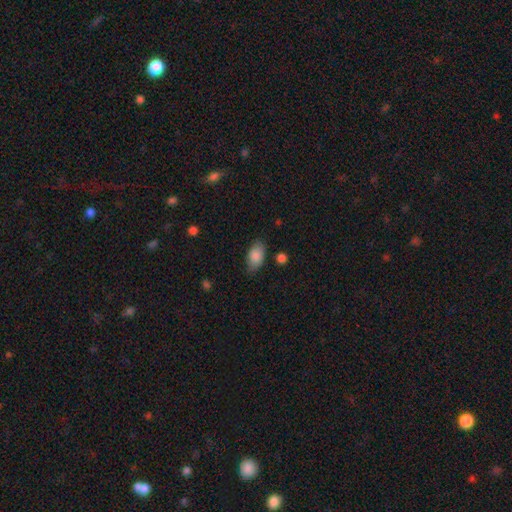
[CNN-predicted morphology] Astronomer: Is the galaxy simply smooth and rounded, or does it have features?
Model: smooth — 86%.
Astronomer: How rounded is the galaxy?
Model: in between — 92%.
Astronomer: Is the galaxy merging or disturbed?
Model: none — 77%.